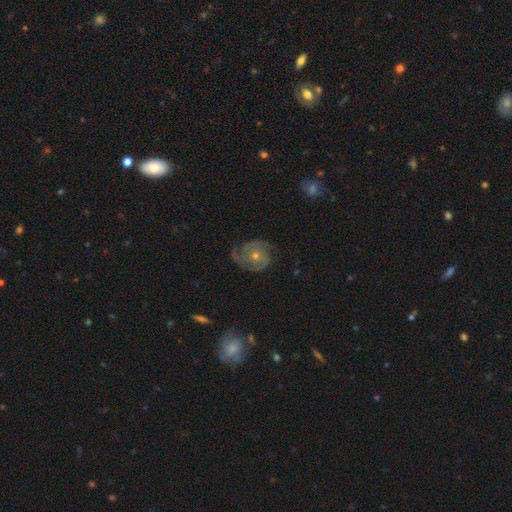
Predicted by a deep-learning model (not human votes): smooth-or-featured: featured or disk: 83% | smooth: 9% | star or artifact: 8%
  disk-edge-on: no: 98% | yes: 2%
    bar: no: 79% | weak: 17% | strong: 4%
    has-spiral-arms: yes: 96% | no: 4%
      spiral-winding: tight: 57% | medium: 35% | loose: 7%
      spiral-arm-count: 2: 44% | 3: 29% | can't tell: 13% | 4: 5% | 1: 5% | more than 4: 4%
    bulge-size: moderate: 50% | small: 46% | large: 2% | none: 1% | dominant: 1%
  merging: none: 75% | minor disturbance: 16% | major disturbance: 7% | merger: 1%